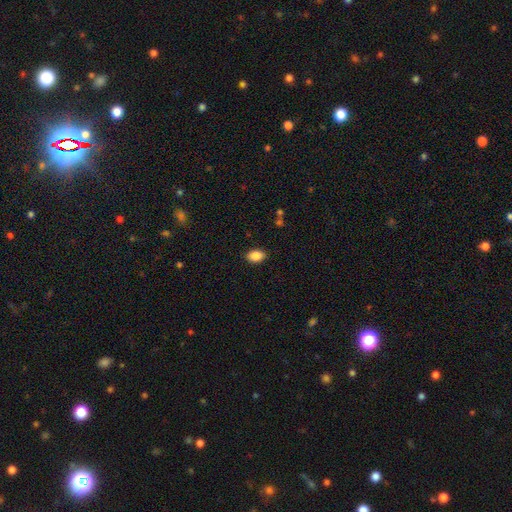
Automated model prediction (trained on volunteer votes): Morphology: type=smooth (88%); roundness=in between (83%); merging=none (87%).